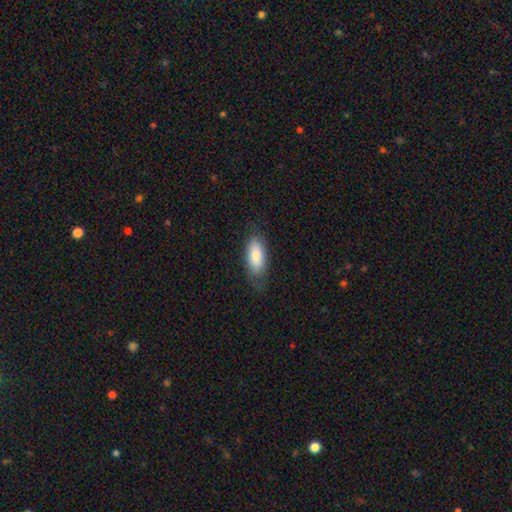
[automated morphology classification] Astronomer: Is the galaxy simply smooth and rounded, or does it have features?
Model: smooth — 81%.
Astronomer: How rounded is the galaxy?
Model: in between — 84%.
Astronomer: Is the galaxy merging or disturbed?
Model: none — 70%.